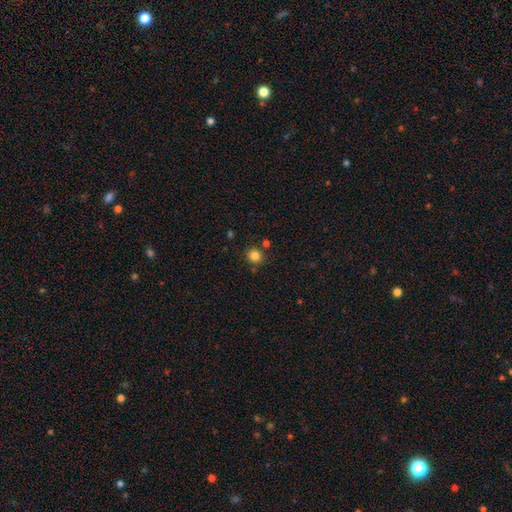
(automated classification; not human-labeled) smooth-or-featured: smooth: 83% | star or artifact: 12% | featured or disk: 5%
  how-rounded: round: 90% | in between: 9% | cigar-shaped: 1%
  merging: none: 82% | minor disturbance: 9% | merger: 6% | major disturbance: 3%